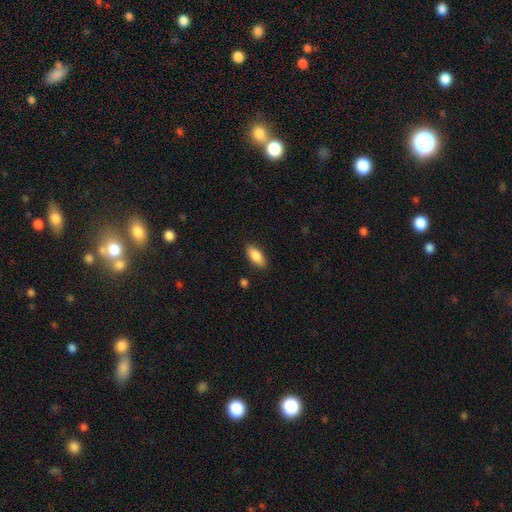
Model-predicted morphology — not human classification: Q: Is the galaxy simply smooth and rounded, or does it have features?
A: smooth — 87%.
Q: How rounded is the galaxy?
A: in between — 86%.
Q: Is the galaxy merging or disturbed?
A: none — 87%.